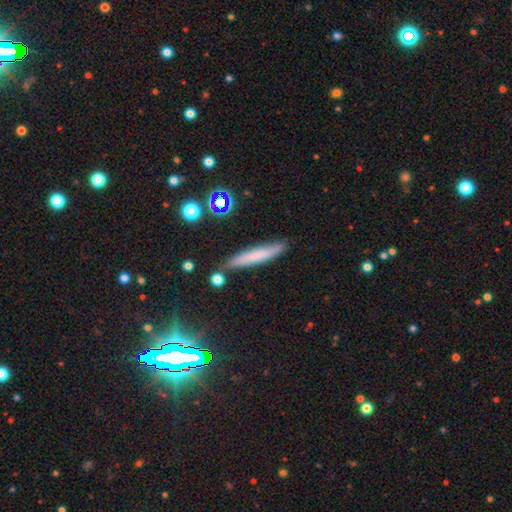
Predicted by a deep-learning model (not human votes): smooth_or_featured: smooth (p=0.68) [alt: featured or disk p=0.21]
how_rounded: cigar-shaped (p=0.91) [alt: in between p=0.07]
merging: none (p=0.83) [alt: minor disturbance p=0.11]